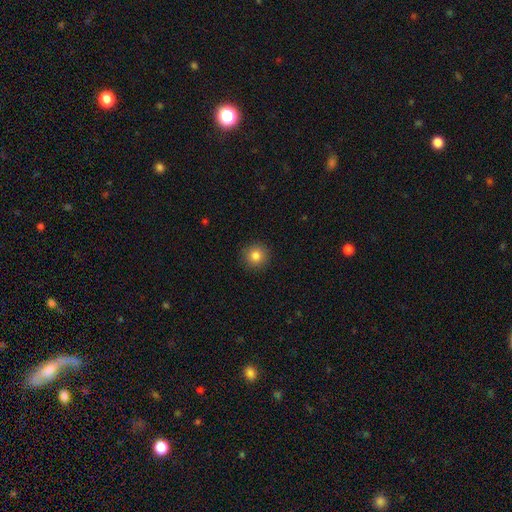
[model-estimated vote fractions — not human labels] This appears to be a smooth galaxy with no disk features (83%) that is round (94%). Merging: none (92%).